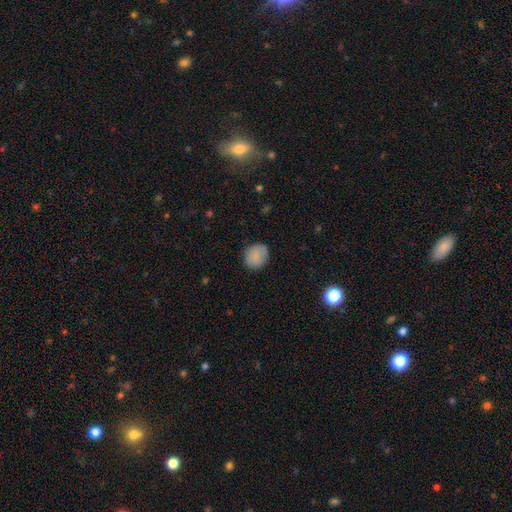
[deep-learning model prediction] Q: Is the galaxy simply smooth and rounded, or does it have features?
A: smooth — 85%.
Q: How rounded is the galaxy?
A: round — 75%.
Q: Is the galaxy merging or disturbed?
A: none — 81%.